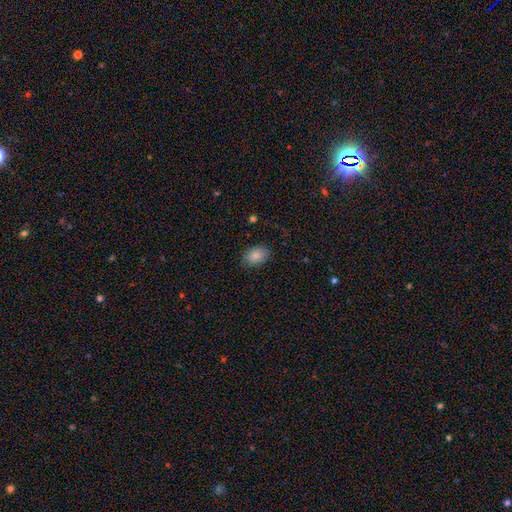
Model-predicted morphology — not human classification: Smooth or featured? Predicted: smooth (p=0.86). How rounded? Predicted: in between (p=0.81). Merging? Predicted: none (p=0.83).